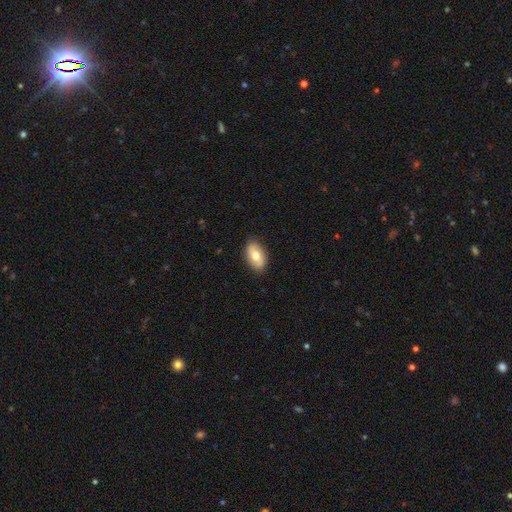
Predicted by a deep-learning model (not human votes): The model was most divided on "smooth or featured": smooth: 70%, featured or disk: 23%, star or artifact: 6%. More confident: how rounded — in between (92%); merging — none (87%).